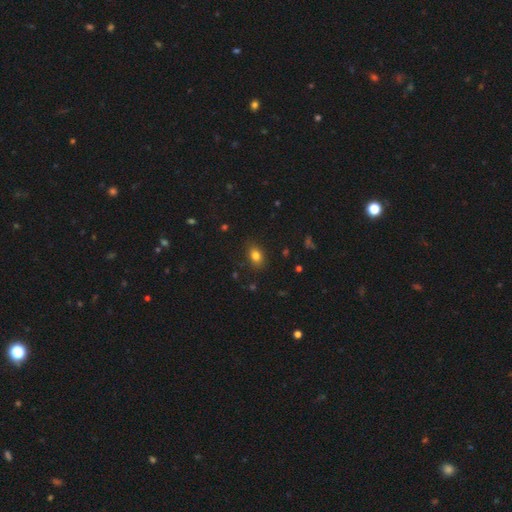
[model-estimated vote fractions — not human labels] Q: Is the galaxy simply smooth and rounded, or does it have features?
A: smooth — 80%.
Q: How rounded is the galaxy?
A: in between — 73%.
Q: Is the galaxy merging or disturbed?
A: none — 84%.